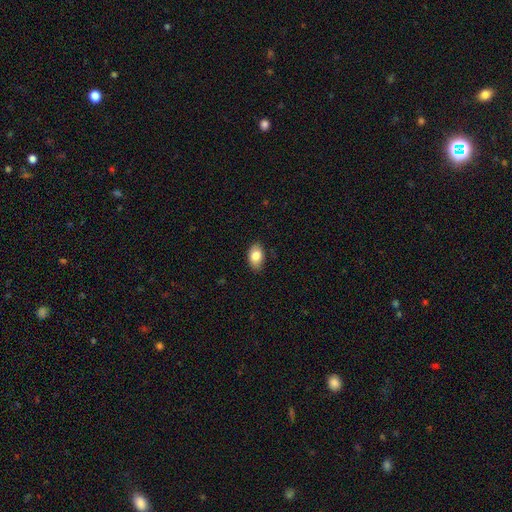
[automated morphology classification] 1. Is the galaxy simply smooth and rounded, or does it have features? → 84% smooth, 9% featured or disk, 7% star or artifact.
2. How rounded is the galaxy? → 90% in between, 8% round, 1% cigar-shaped.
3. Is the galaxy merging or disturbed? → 85% none, 11% minor disturbance, 2% major disturbance, 1% merger.